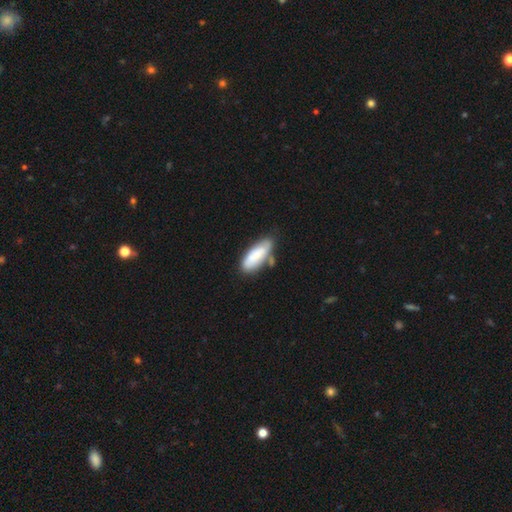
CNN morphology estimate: Smooth or featured? smooth (72%)
How rounded? in between (72%)
Merging? none (56%)